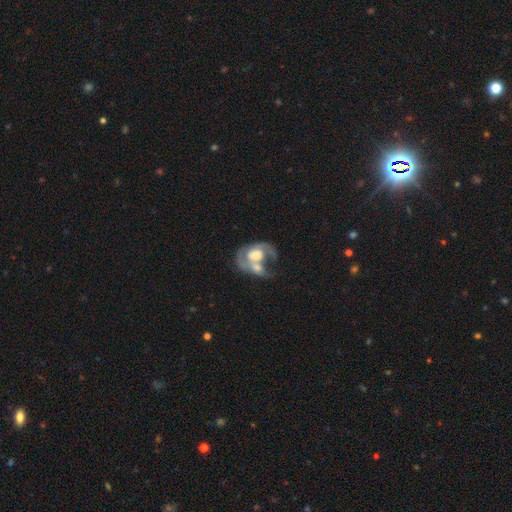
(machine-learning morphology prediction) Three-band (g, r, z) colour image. It shows a featured or disk galaxy (70%) with no bar (70%), spiral arms (67%) and a moderate central bulge (54%). Merging: merger (67%).